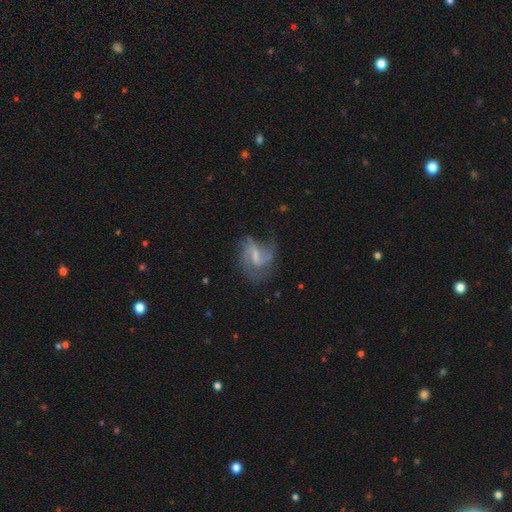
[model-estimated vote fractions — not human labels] This is likely a featured or disk galaxy (76%). It is clearly not viewed edge-on (97%). Bar: possibly weak (55%). Spiral arm pattern: clearly yes (88%). Spiral arm count: possibly 2 (58%). Spiral winding: marginally medium (45%). Central bulge: marginally small (39%). Merging: possibly none (46%).